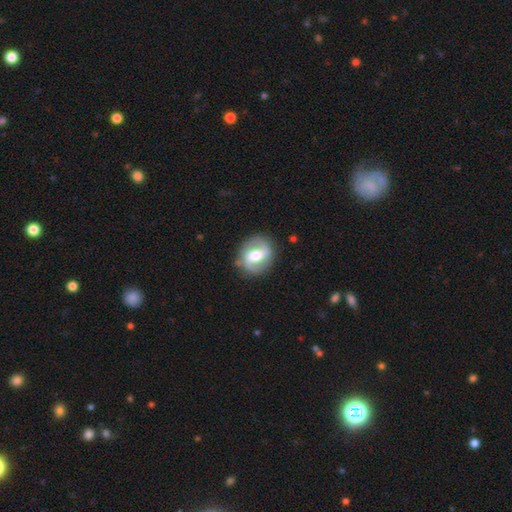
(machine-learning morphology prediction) Overall: featured or disk (68%). Edge-on disk: no (95%). Bar: strong (45%; weak 38%). Spiral arms: yes (73%). Bulge size: moderate (60%; large 26%). Merging: none (80%).